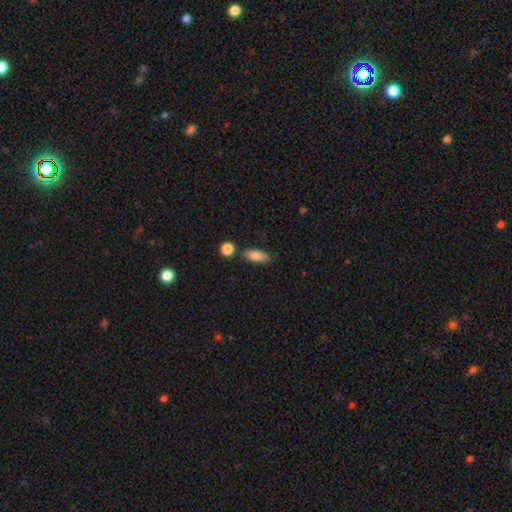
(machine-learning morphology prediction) smooth 83%, featured or disk 10%, star or artifact 7%. Down the decision tree: how rounded — in between (76%); merging — none (77%).